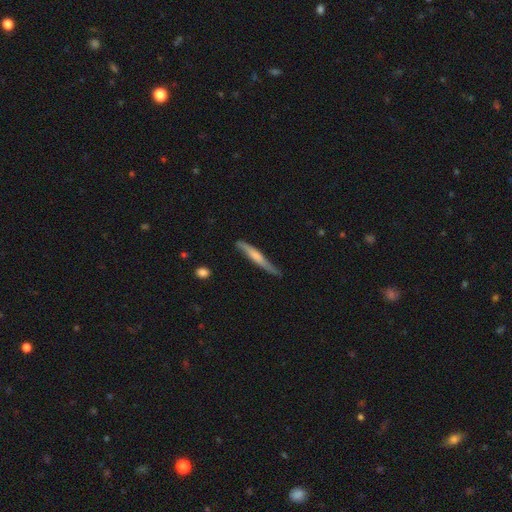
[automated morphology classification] type=smooth (51%); roundness=cigar-shaped (94%); merging=none (65%).